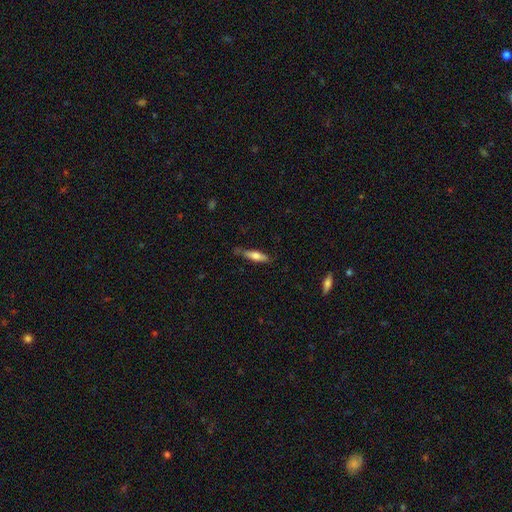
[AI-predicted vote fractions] smooth-or-featured: smooth: 63% | featured or disk: 30% | star or artifact: 7%
  how-rounded: cigar-shaped: 72% | in between: 26% | round: 2%
  merging: none: 72% | minor disturbance: 21% | major disturbance: 5% | merger: 3%